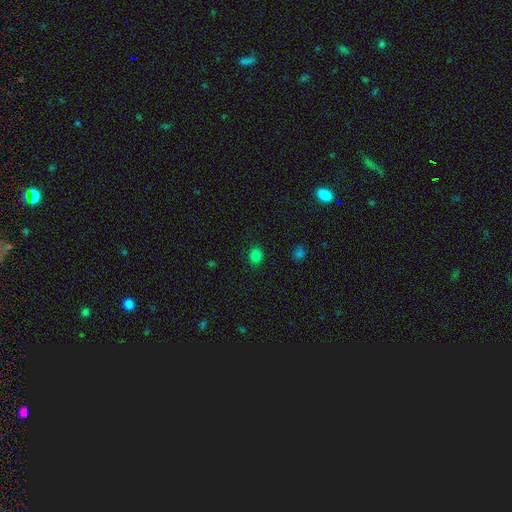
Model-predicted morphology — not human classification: This appears to be a smooth galaxy with no disk features (81%) that is round (66%). Merging: none (89%).